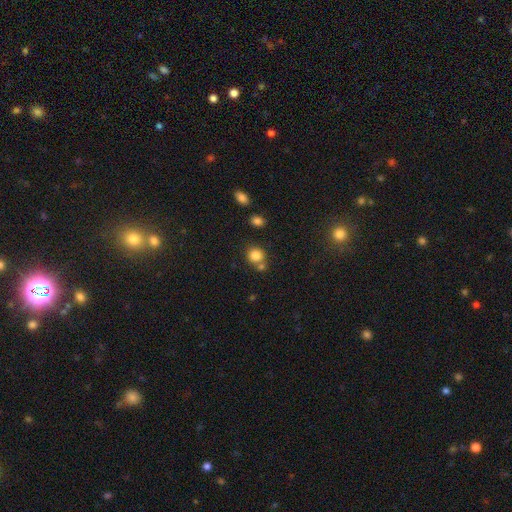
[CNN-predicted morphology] smooth_or_featured: smooth (p=0.83) [alt: star or artifact p=0.11]
how_rounded: round (p=0.83) [alt: in between p=0.16]
merging: none (p=0.63) [alt: merger p=0.24]